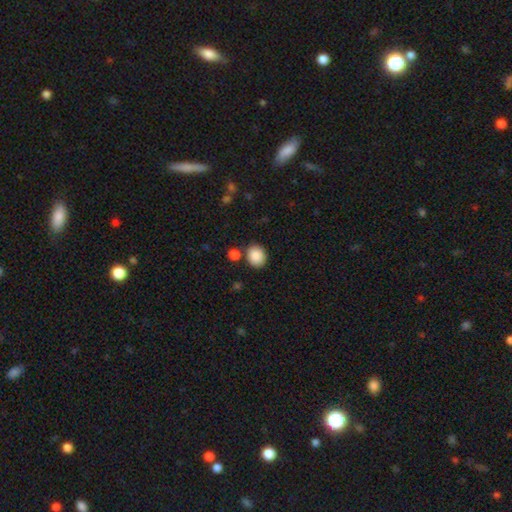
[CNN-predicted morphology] Smooth or featured? smooth (88%)
How rounded? round (70%)
Merging? none (80%)